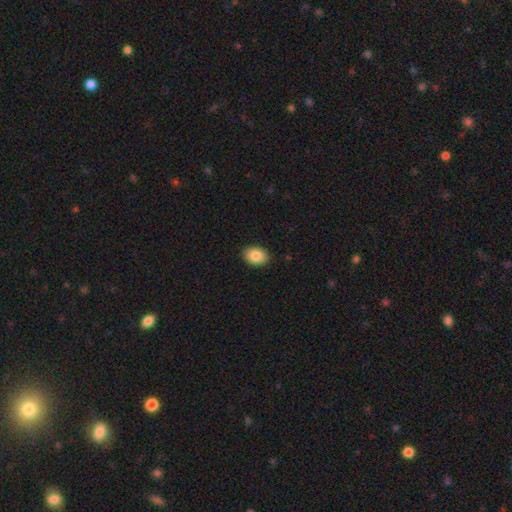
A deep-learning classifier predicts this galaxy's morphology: Smooth or featured? Predicted: smooth (p=0.86). How rounded? Predicted: in between (p=0.79). Merging? Predicted: none (p=0.90).